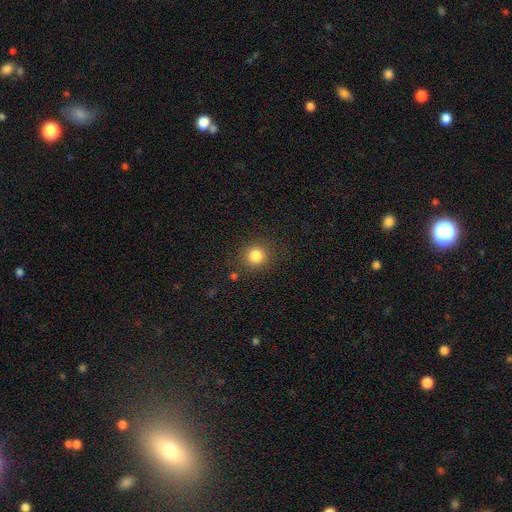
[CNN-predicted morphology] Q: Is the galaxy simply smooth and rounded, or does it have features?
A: smooth — 83%.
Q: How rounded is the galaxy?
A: round — 90%.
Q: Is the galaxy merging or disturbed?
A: none — 85%.